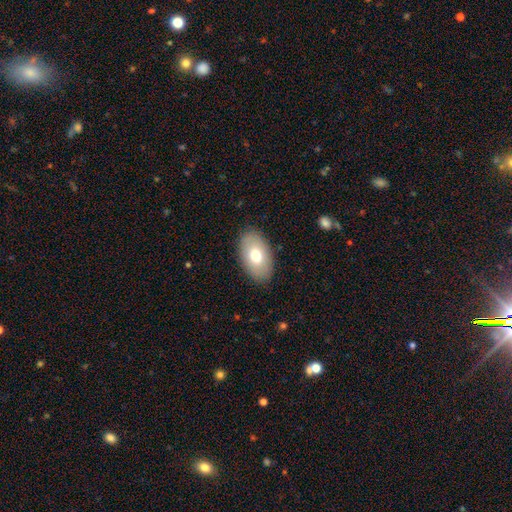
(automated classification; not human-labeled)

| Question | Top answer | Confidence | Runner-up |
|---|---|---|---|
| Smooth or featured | smooth | 71% | featured or disk (22%) |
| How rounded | in between | 94% | round (5%) |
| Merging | none | 87% | minor disturbance (10%) |